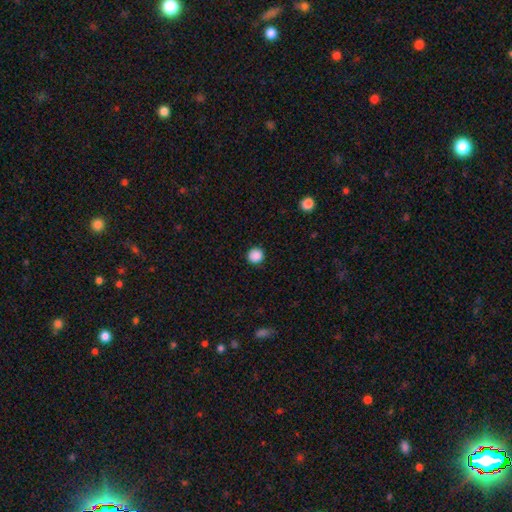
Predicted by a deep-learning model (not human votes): Overall: smooth (88%). How rounded: round (94%). Merging: none (91%).